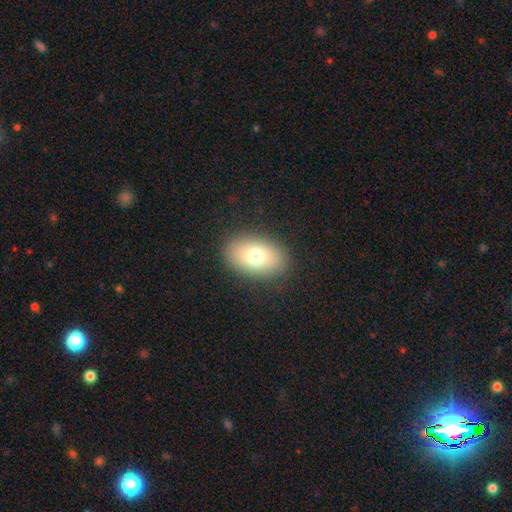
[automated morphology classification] The model was most divided on "smooth or featured": smooth: 74%, featured or disk: 15%, star or artifact: 11%. More confident: merging — none (87%); how rounded — in between (83%).